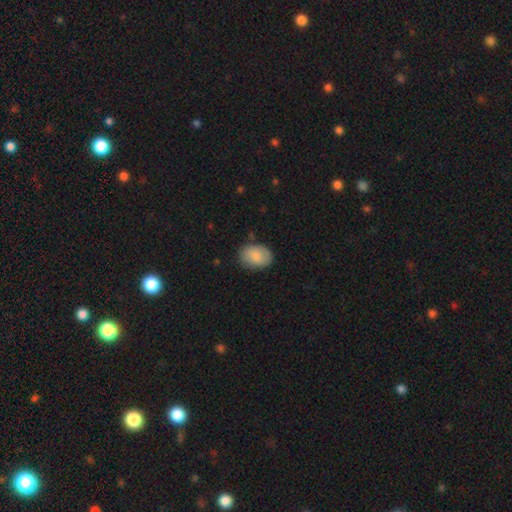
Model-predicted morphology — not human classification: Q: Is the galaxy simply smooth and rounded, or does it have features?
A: smooth — 81%.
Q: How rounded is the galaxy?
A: in between — 78%.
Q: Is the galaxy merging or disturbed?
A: none — 78%.